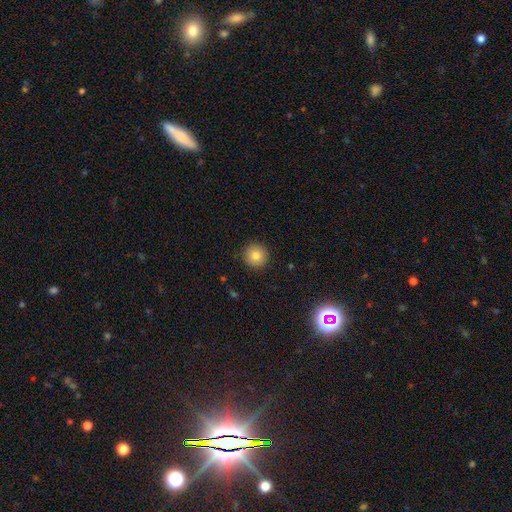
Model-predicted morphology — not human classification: This appears to be a smooth galaxy with no disk features (81%) that is round (95%). Merging: none (91%).